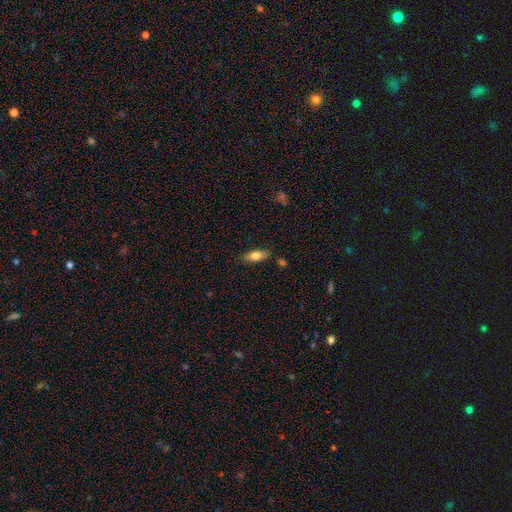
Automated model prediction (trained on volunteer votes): Overall: smooth (75%). How rounded: in between (78%). Merging: none (81%).